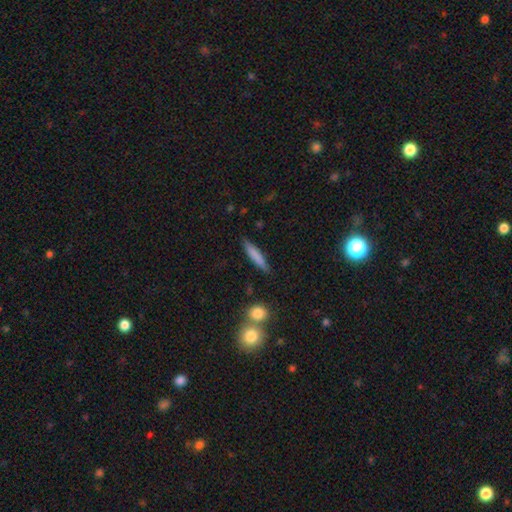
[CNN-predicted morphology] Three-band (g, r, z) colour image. It shows a smooth galaxy with no disk features (76%) that is cigar-shaped (89%). Merging: none (85%).